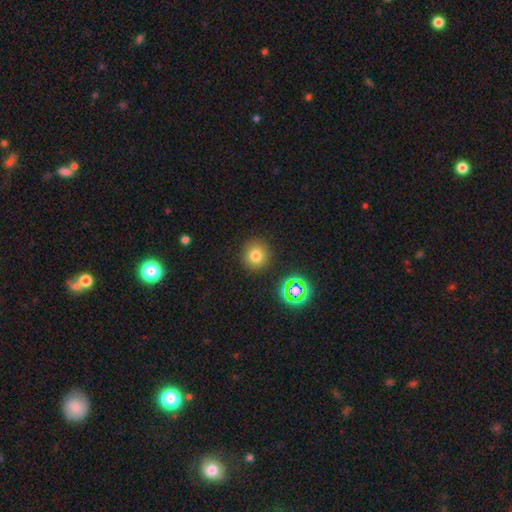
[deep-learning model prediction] smooth 74%, star or artifact 17%, featured or disk 8%. Down the decision tree: how rounded — round (93%); merging — none (88%).